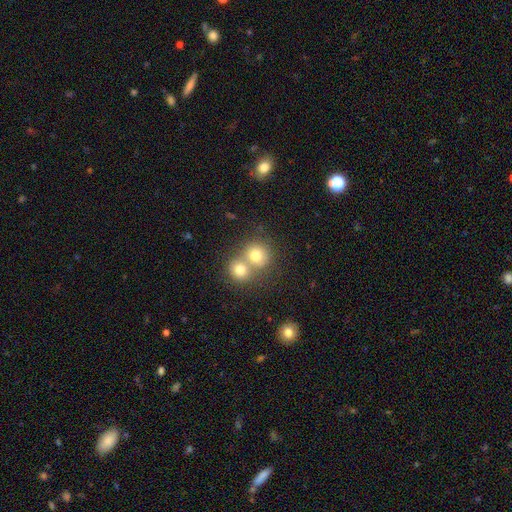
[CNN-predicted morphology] Q: Smooth or featured?
A: smooth (75%); runner-up: featured or disk (13%)
Q: How rounded?
A: round (83%); runner-up: in between (16%)
Q: Merging?
A: merger (54%); runner-up: none (37%)